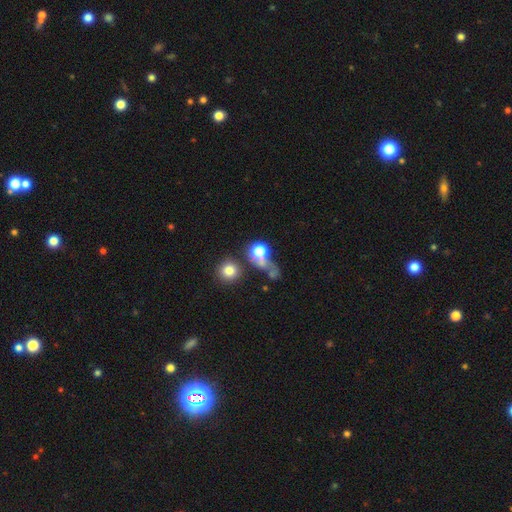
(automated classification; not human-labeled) Overall: smooth (61%; star or artifact 23%). How rounded: round (79%). Merging: none (42%; merger 26%).